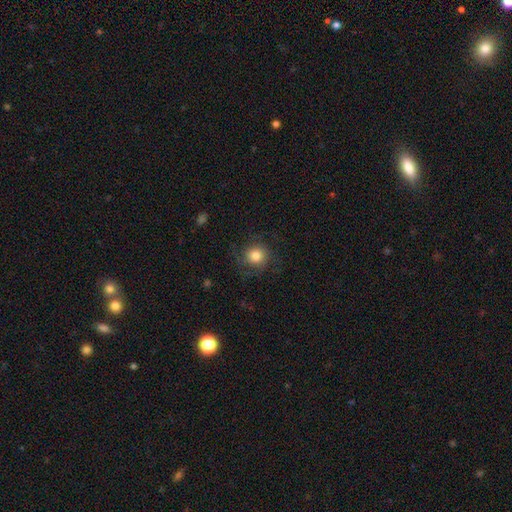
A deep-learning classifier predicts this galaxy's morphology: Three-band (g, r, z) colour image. It shows a smooth galaxy with no disk features (72%) that is round (91%). Merging: none (74%).